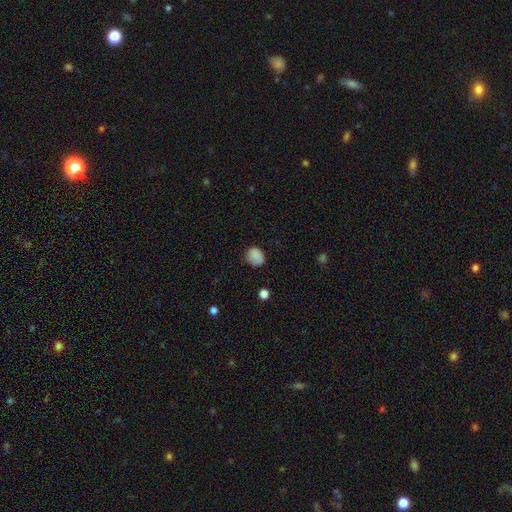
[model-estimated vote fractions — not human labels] Overall: smooth (85%). How rounded: round (64%; in between 35%). Merging: none (76%).